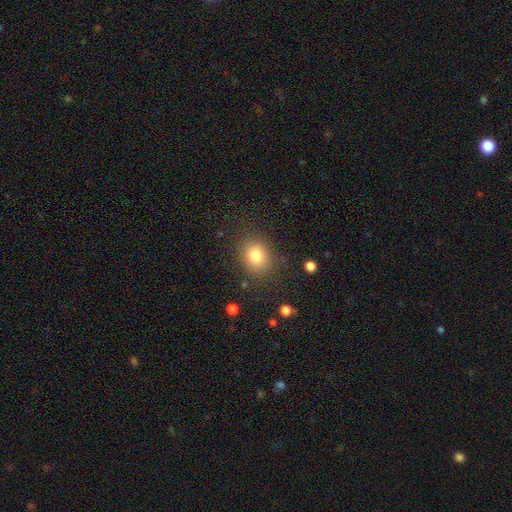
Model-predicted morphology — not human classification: type=smooth (80%); roundness=round (60%); merging=none (82%).